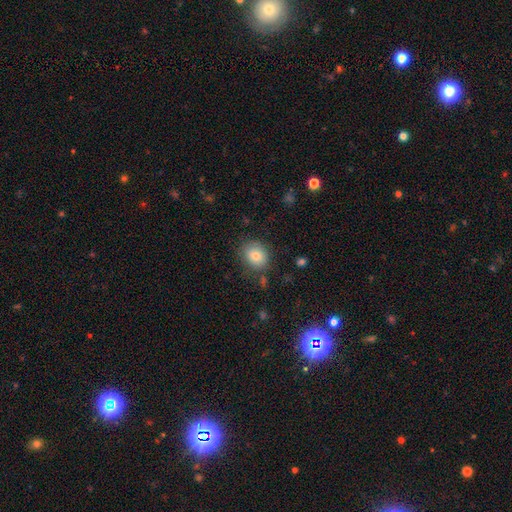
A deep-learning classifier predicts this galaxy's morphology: A smooth galaxy with no disk features (78%) that is round (62%). Merging: none (79%).